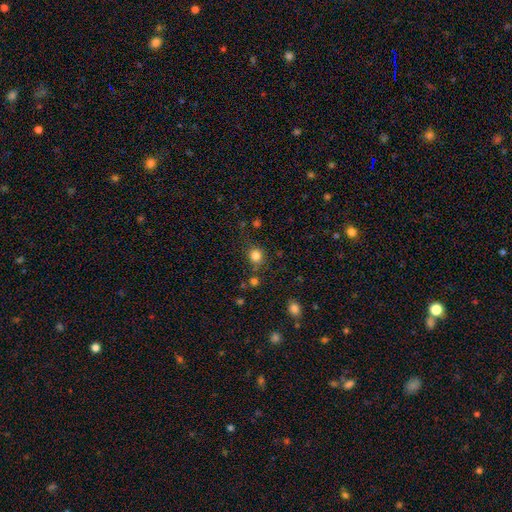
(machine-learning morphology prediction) Smooth or featured: smooth — 82% (star or artifact — 13%)
How rounded: round — 85% (in between — 14%)
Merging: none — 77% (minor disturbance — 13%)